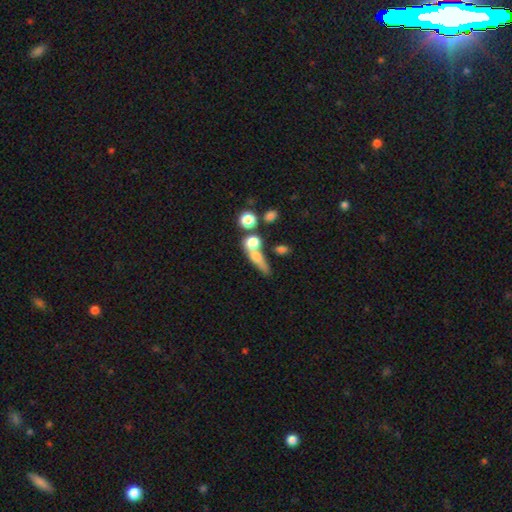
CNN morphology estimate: This appears to be a smooth galaxy with no disk features (62%) that is round (36%). Merging: merger (43%).